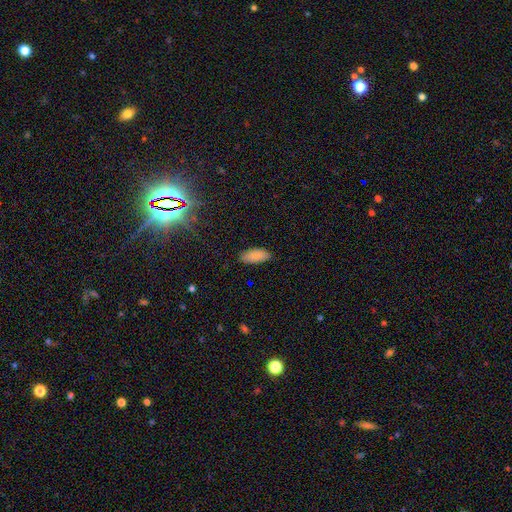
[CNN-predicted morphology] smooth_or_featured: smooth (p=0.87) [alt: star or artifact p=0.07]
how_rounded: in between (p=0.88) [alt: cigar-shaped p=0.11]
merging: none (p=0.85) [alt: minor disturbance p=0.11]